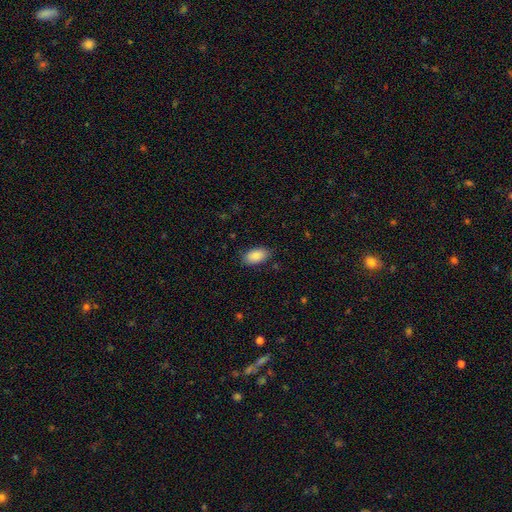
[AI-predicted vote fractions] smooth 88%, star or artifact 7%, featured or disk 5%. Down the decision tree: how rounded — in between (94%); merging — none (84%).